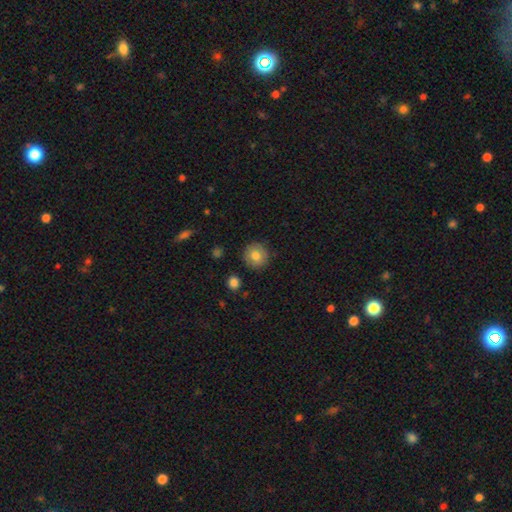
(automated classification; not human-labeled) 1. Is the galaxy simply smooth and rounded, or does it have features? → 78% smooth, 13% featured or disk, 9% star or artifact.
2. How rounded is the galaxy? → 93% round, 6% in between, 1% cigar-shaped.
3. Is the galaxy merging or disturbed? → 89% none, 8% minor disturbance, 2% major disturbance, 2% merger.